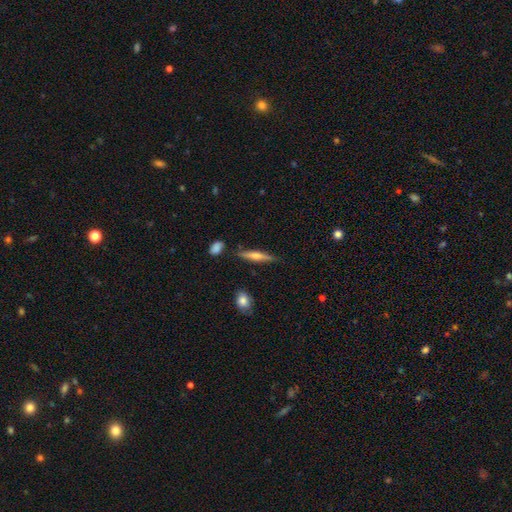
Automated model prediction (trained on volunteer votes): Q: Smooth or featured?
A: featured or disk (50%); runner-up: smooth (43%)
Q: Merging?
A: none (83%); runner-up: minor disturbance (12%)